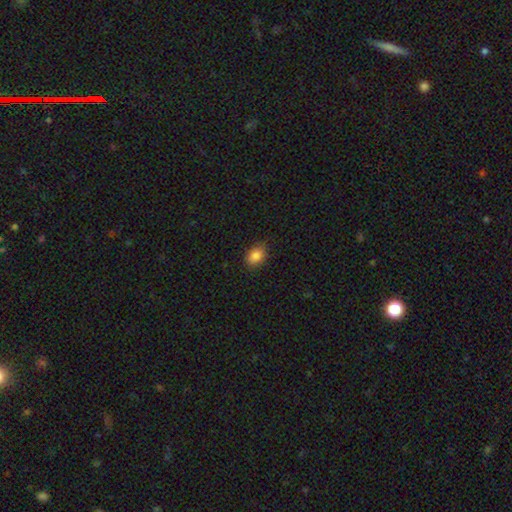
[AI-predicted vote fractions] Overall: smooth (86%). How rounded: in between (77%). Merging: none (84%).